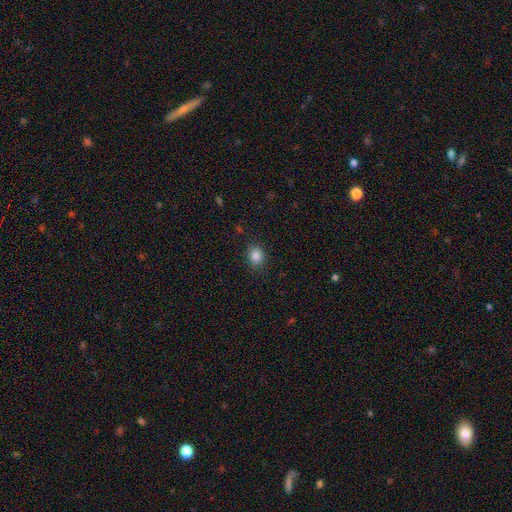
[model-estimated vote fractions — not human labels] Smooth or featured: smooth — 86% (star or artifact — 10%)
How rounded: round — 60% (in between — 39%)
Merging: none — 87% (minor disturbance — 9%)